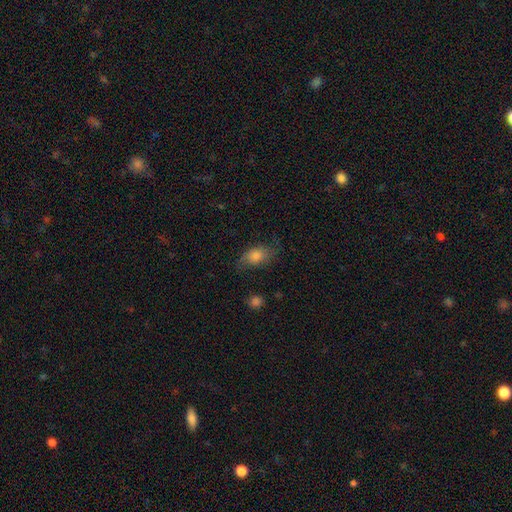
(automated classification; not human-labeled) smooth_or_featured: smooth (p=0.66) [alt: featured or disk p=0.23]
how_rounded: in between (p=0.80) [alt: round p=0.15]
merging: none (p=0.65) [alt: minor disturbance p=0.23]